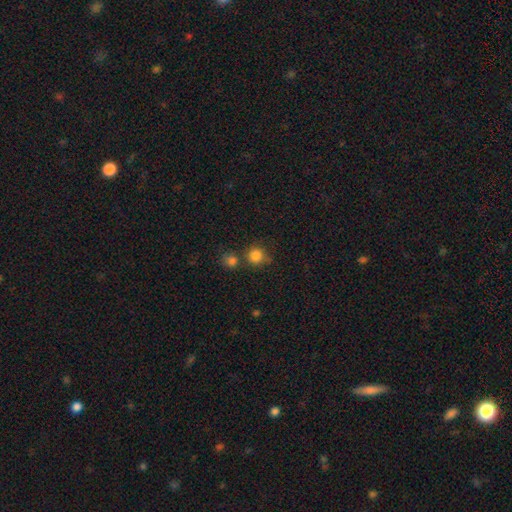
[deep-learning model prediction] Smooth or featured: smooth — 83% (star or artifact — 12%)
How rounded: round — 90% (in between — 9%)
Merging: none — 64% (merger — 20%)